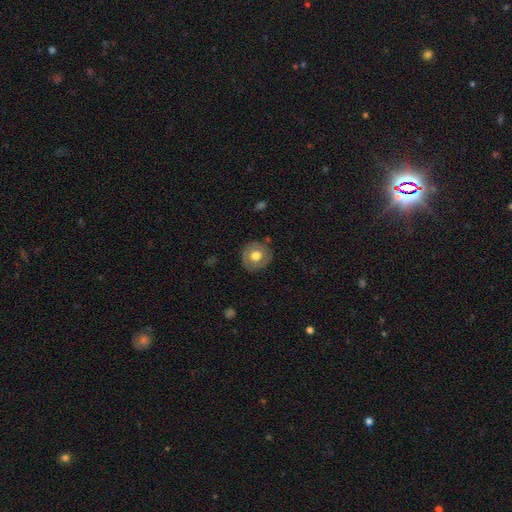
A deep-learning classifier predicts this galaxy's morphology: Smooth or featured? smooth (64%)
How rounded? round (85%)
Merging? none (85%)